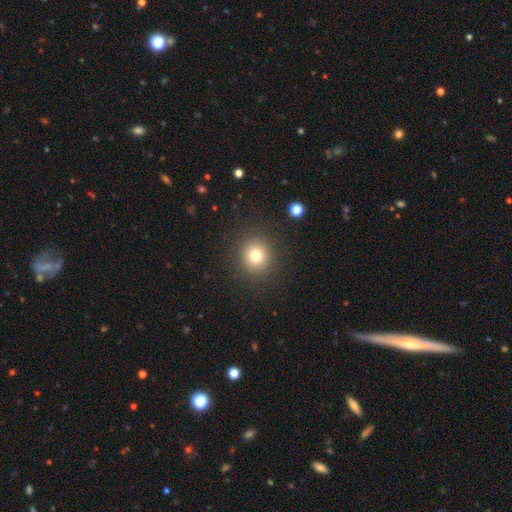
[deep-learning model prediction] smooth 76%, star or artifact 15%, featured or disk 9%. Down the decision tree: how rounded — round (90%); merging — none (89%).